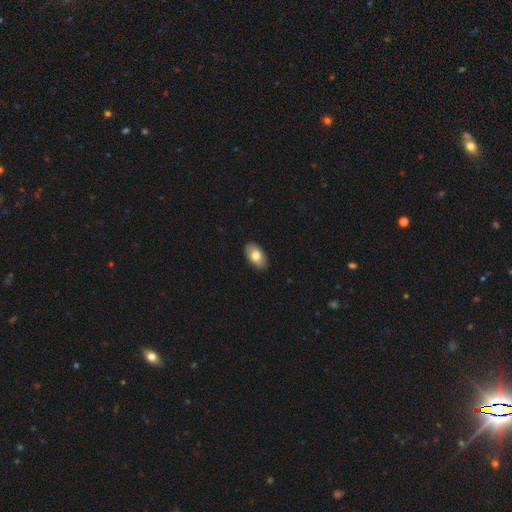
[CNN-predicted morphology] smooth-or-featured: smooth: 77% | featured or disk: 17% | star or artifact: 6%
  how-rounded: in between: 94% | round: 4% | cigar-shaped: 2%
  merging: none: 89% | minor disturbance: 8% | major disturbance: 2% | merger: 1%